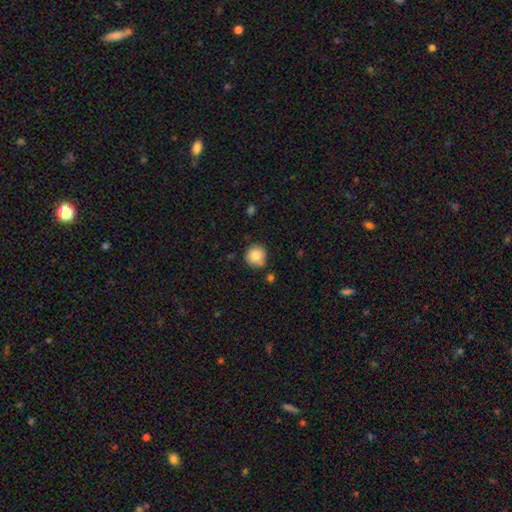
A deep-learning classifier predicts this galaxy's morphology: A smooth galaxy with no disk features (86%) that is round (92%).

Vote fractions:
- Smooth or featured? smooth: 86% / star or artifact: 9% / featured or disk: 5%
- How rounded? round: 92% / in between: 7% / cigar-shaped: 1%
- Merging? none: 74% / minor disturbance: 18% / merger: 5% / major disturbance: 3%